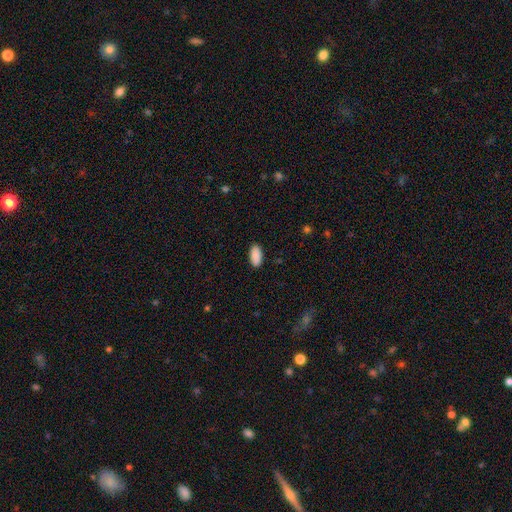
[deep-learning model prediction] Smooth or featured: smooth — 91% (star or artifact — 6%)
How rounded: in between — 94% (cigar-shaped — 4%)
Merging: none — 89% (minor disturbance — 8%)